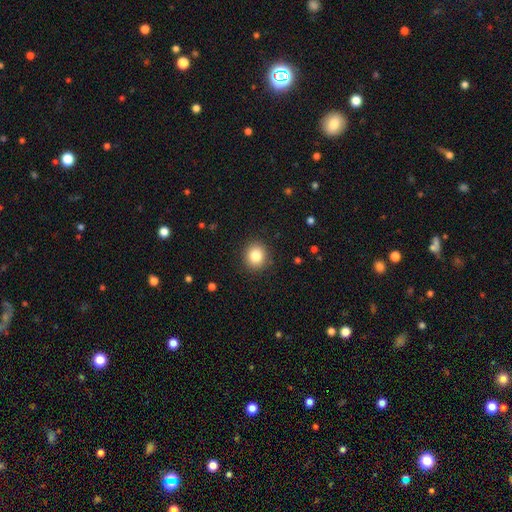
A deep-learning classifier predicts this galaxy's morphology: Smooth or featured? smooth (82%)
How rounded? round (83%)
Merging? none (90%)